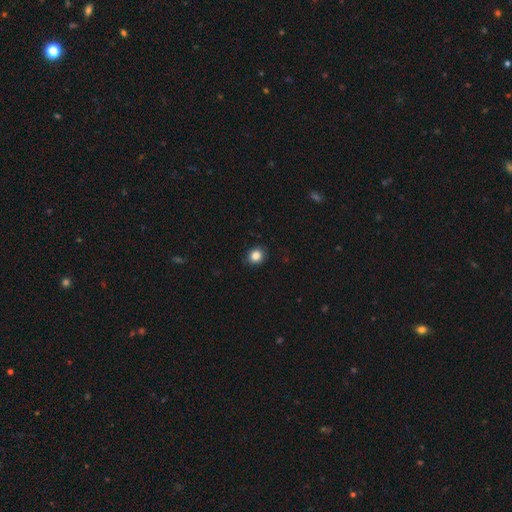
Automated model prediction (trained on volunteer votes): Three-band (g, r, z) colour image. It shows a smooth galaxy with no disk features (85%) that is round (75%). Merging: none (89%).